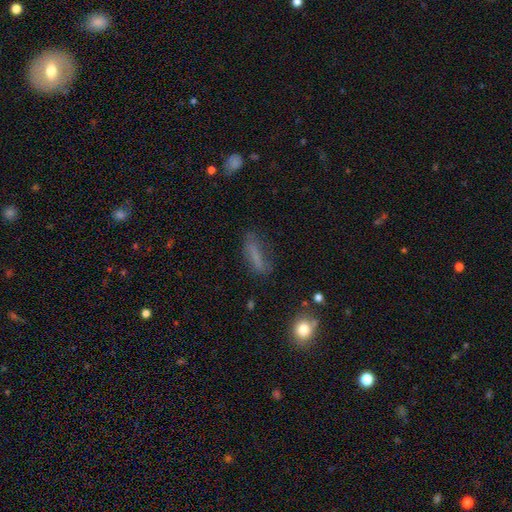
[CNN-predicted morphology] Smooth or featured: smooth — 66% (featured or disk — 20%)
How rounded: cigar-shaped — 63% (in between — 34%)
Merging: none — 61% (minor disturbance — 23%)